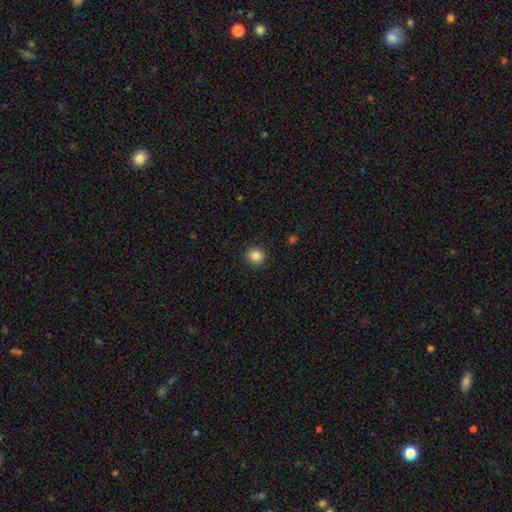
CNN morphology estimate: This appears to be a smooth galaxy with no disk features (85%) that is round (86%). Merging: none (91%).